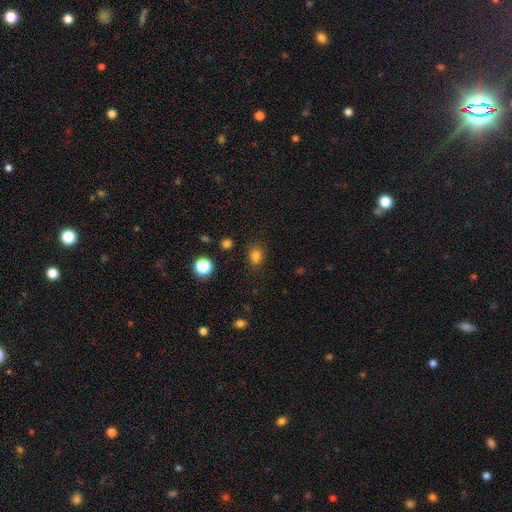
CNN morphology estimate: The model was most divided on "how rounded": round: 56%, in between: 43%, cigar-shaped: 1%. More confident: smooth or featured — smooth (78%); merging — none (76%).